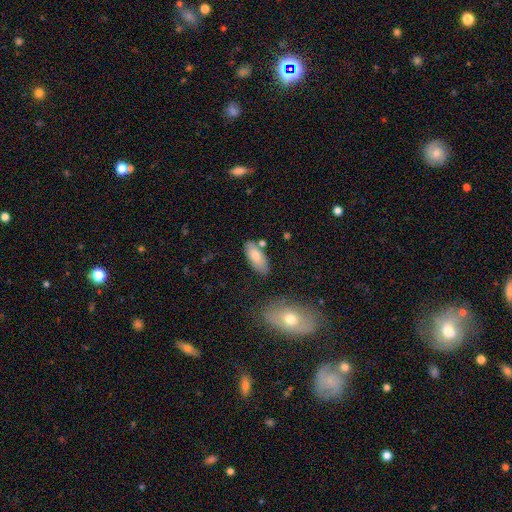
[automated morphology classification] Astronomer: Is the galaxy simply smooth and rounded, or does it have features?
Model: smooth — 78%.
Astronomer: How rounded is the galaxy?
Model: in between — 85%.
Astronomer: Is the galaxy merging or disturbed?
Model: none — 76%.